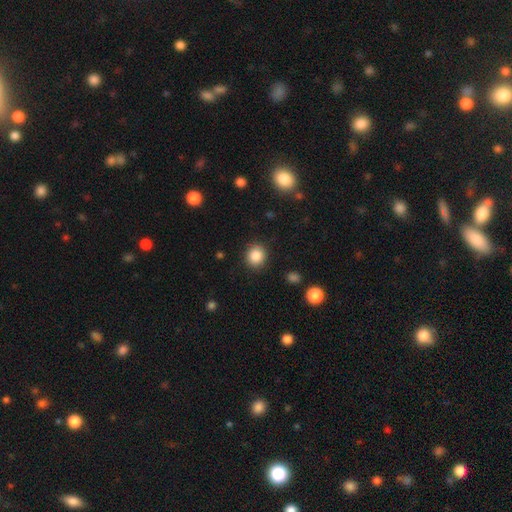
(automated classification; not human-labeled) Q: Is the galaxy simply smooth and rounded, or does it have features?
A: smooth — 86%.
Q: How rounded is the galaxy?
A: round — 84%.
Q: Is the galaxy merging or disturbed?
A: none — 89%.